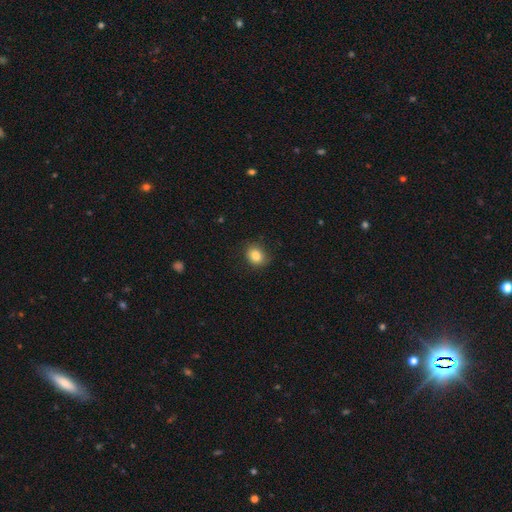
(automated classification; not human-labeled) Smooth or featured: smooth — 84% (star or artifact — 10%)
How rounded: round — 60% (in between — 39%)
Merging: none — 80% (minor disturbance — 15%)